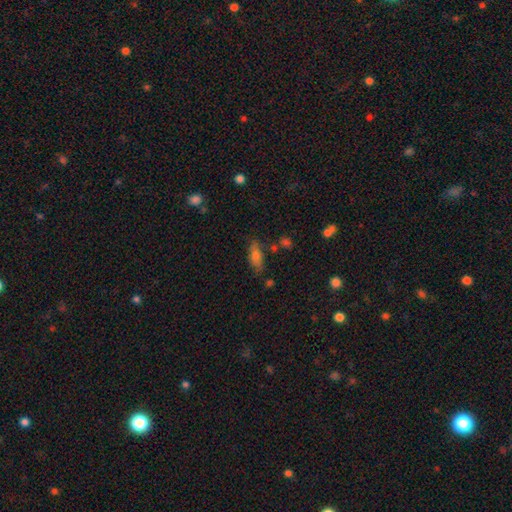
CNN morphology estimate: This is likely a smooth galaxy (67%). How rounded: likely in between (64%). Merging: likely none (75%).